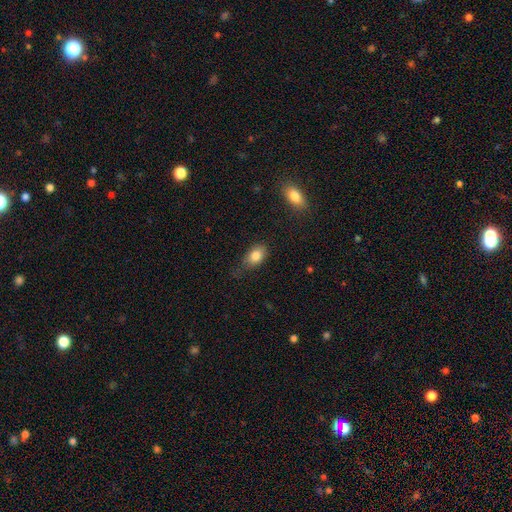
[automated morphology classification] Smooth or featured? smooth (82%)
How rounded? in between (84%)
Merging? none (65%)